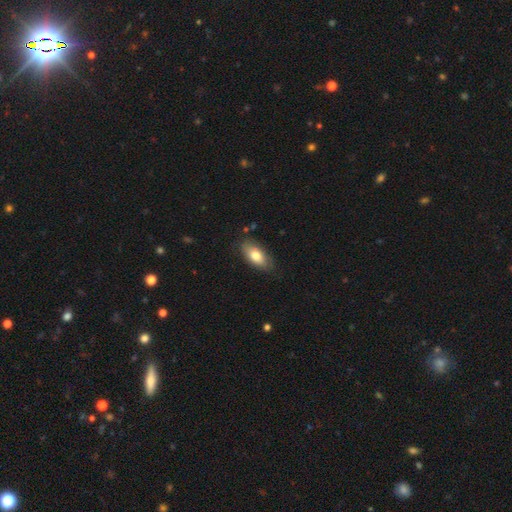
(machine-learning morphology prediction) This appears to be a smooth galaxy with no disk features (77%) that is in between round and cigar-shaped (89%). Merging: none (80%).